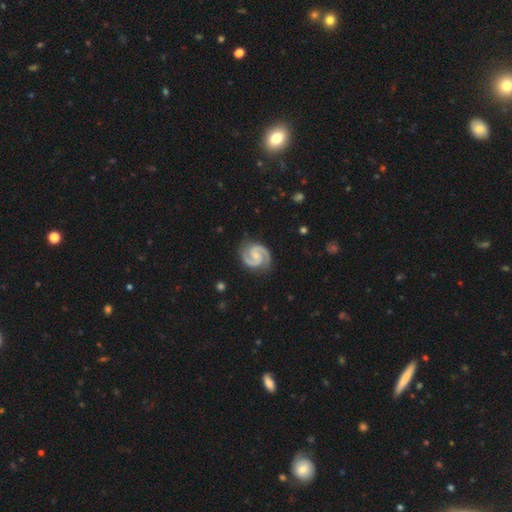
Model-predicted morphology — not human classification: This appears to be a featured or disk galaxy (93%) with no bar (50%), 2 (94%) medium (51%) spiral arms (99%) and a small central bulge (57%). Merging: none (85%).